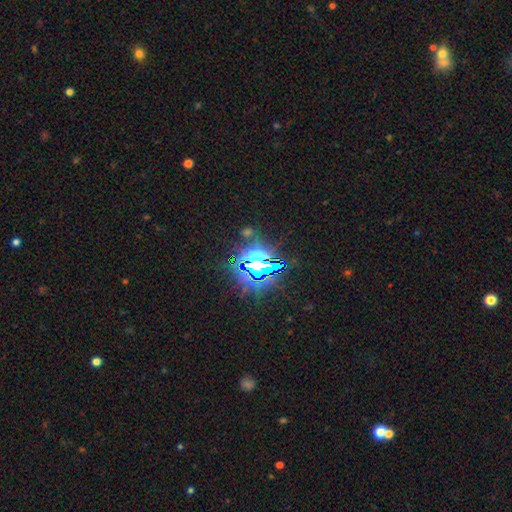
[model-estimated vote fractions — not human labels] This is likely a star or artifact rather than a galaxy (74%).